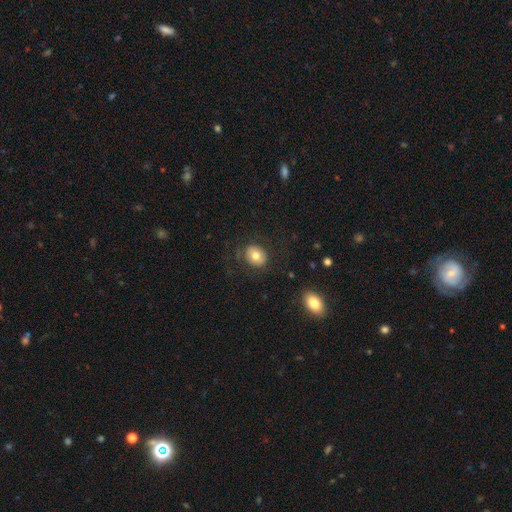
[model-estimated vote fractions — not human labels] This appears to be a smooth galaxy with no disk features (73%) that is round (69%). Merging: none (81%).